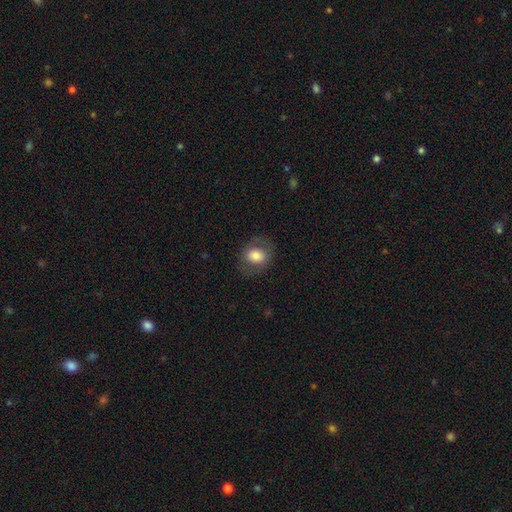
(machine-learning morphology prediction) A smooth galaxy with no disk features (71%) that is round (53%).

Vote fractions:
- Smooth or featured? smooth: 71% / featured or disk: 22% / star or artifact: 8%
- How rounded? round: 53% / in between: 46% / cigar-shaped: 1%
- Merging? none: 77% / minor disturbance: 13% / major disturbance: 9% / merger: 1%